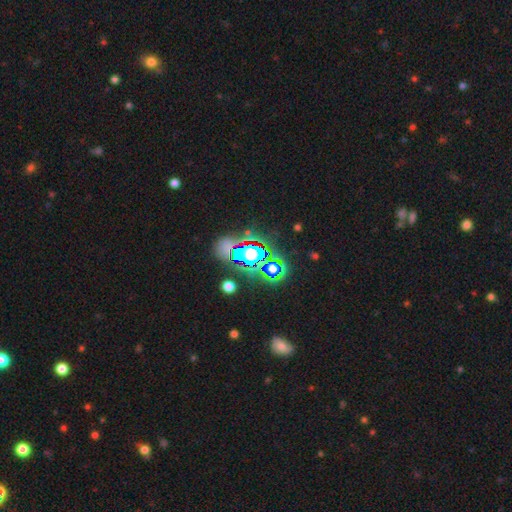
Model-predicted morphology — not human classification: The model was most divided on "smooth or featured": star or artifact: 67%, smooth: 18%, featured or disk: 15%.